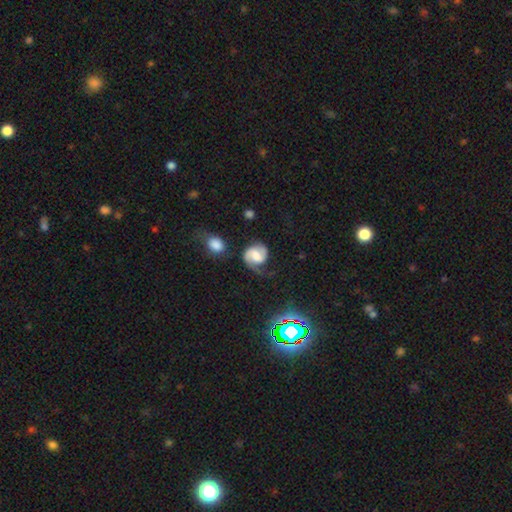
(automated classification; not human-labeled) smooth_or_featured: featured or disk (p=0.76) [alt: smooth p=0.17]
disk_edge_on: no (p=0.98) [alt: yes p=0.02]
bar: weak (p=0.45) [alt: no p=0.34]
has_spiral_arms: yes (p=0.95) [alt: no p=0.05]
spiral_winding: medium (p=0.48) [alt: tight p=0.29]
spiral_arm_count: 2 (p=0.83) [alt: 1 p=0.09]
bulge_size: moderate (p=0.31) [alt: none p=0.23]
merging: none (p=0.60) [alt: minor disturbance p=0.21]